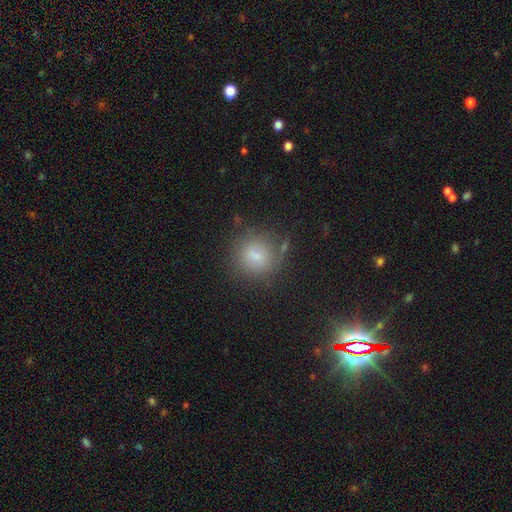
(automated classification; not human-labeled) Q: Smooth or featured?
A: smooth (77%); runner-up: star or artifact (13%)
Q: How rounded?
A: round (85%); runner-up: in between (13%)
Q: Merging?
A: none (73%); runner-up: minor disturbance (15%)